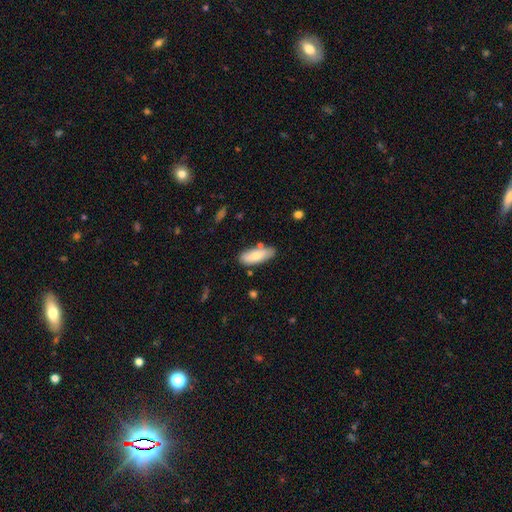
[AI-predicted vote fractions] Morphology: type=smooth (73%); roundness=in between (73%); merging=none (76%).